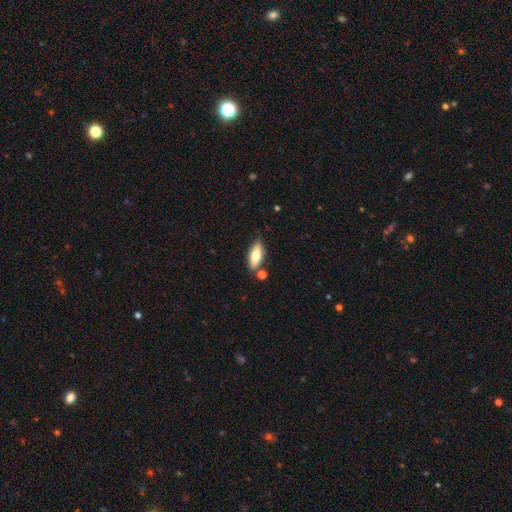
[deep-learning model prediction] Smooth or featured? smooth (72%)
How rounded? in between (76%)
Merging? none (77%)